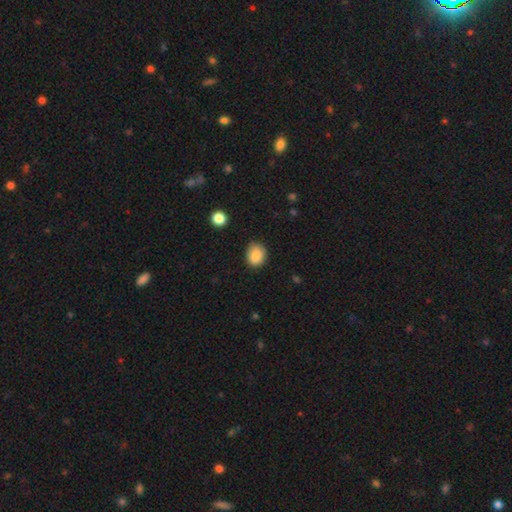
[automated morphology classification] Smooth or featured? Predicted: smooth (p=0.87). How rounded? Predicted: round (p=0.50). Merging? Predicted: none (p=0.81).